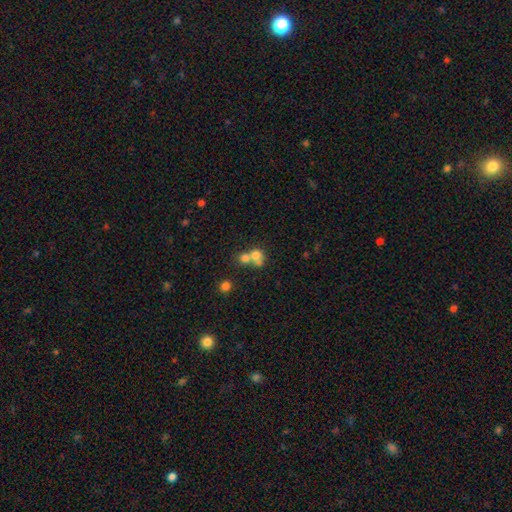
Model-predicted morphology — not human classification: A smooth galaxy with no disk features (70%) that is round (74%). Merging: merger (63%).